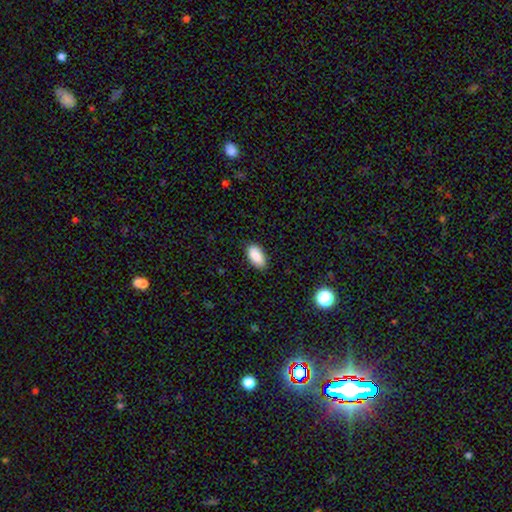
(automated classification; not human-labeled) Q: Smooth or featured?
A: smooth (89%); runner-up: star or artifact (7%)
Q: How rounded?
A: in between (94%); runner-up: cigar-shaped (3%)
Q: Merging?
A: none (86%); runner-up: minor disturbance (11%)